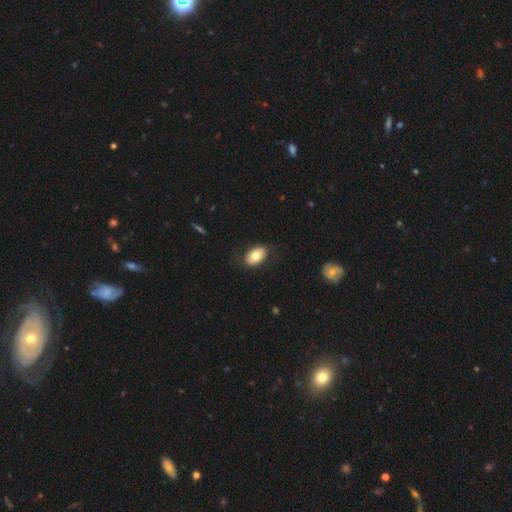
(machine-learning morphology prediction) The model was most divided on "smooth or featured": smooth: 77%, featured or disk: 16%, star or artifact: 7%. More confident: how rounded — in between (89%); merging — none (81%).